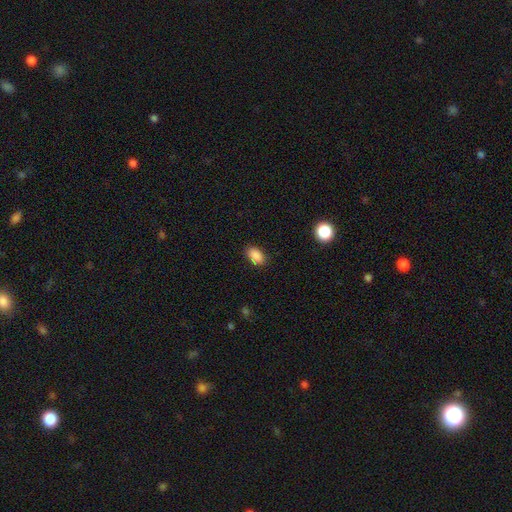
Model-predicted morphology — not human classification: Smooth or featured? smooth (88%)
How rounded? in between (87%)
Merging? none (84%)